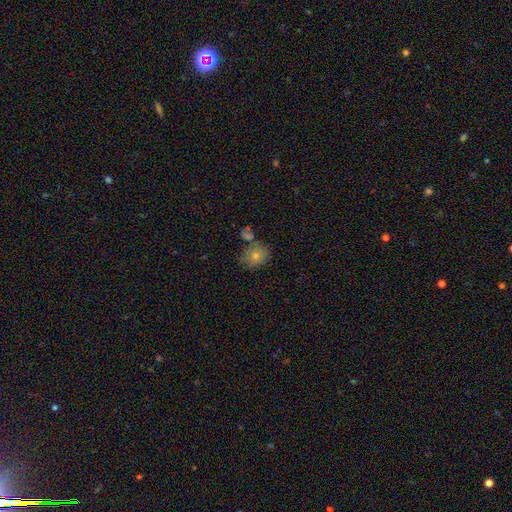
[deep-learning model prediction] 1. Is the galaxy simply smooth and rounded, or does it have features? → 72% smooth, 14% featured or disk, 13% star or artifact.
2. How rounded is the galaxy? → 68% round, 31% in between, 1% cigar-shaped.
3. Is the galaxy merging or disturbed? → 64% none, 17% merger, 14% minor disturbance, 4% major disturbance.